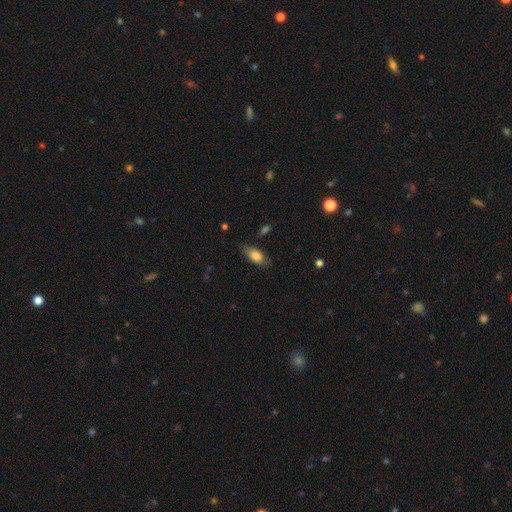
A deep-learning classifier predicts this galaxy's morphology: This appears to be a smooth galaxy with no disk features (82%) that is in between round and cigar-shaped (87%). Merging: none (73%).